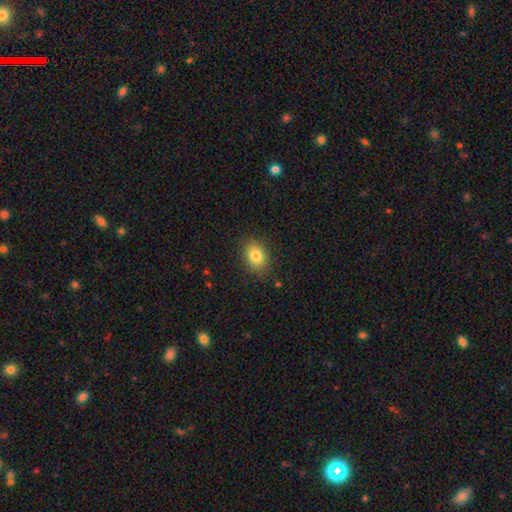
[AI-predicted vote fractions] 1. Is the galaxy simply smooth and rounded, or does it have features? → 82% smooth, 10% star or artifact, 9% featured or disk.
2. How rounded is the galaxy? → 67% in between, 32% round, 1% cigar-shaped.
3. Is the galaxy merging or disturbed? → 86% none, 10% minor disturbance, 3% major disturbance, 1% merger.